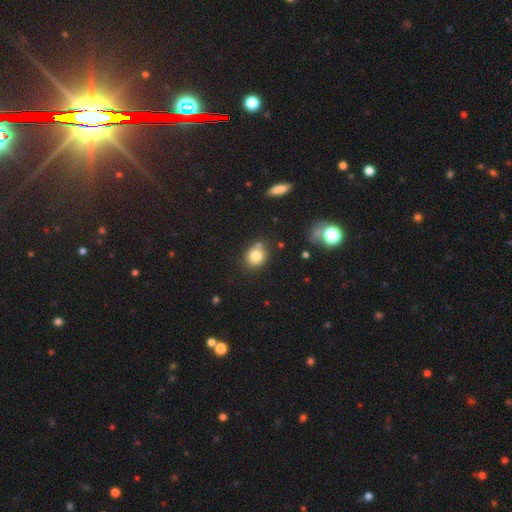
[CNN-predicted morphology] type=smooth (80%); roundness=round (73%); merging=none (69%).